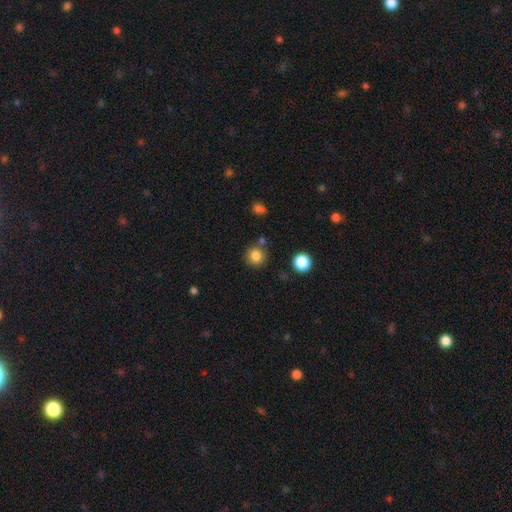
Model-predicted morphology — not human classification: type=smooth (83%); roundness=round (92%); merging=none (82%).